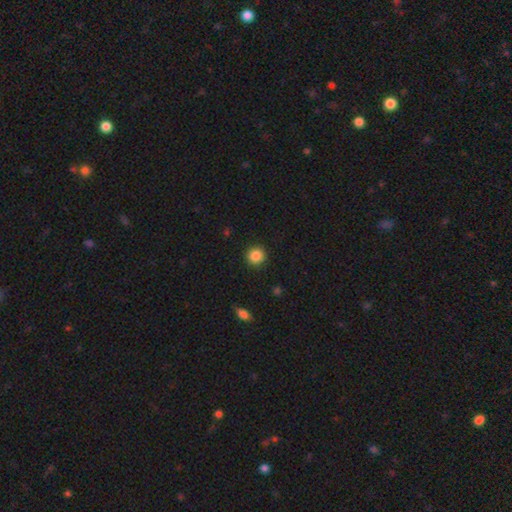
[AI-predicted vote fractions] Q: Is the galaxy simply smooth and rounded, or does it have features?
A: smooth — 87%.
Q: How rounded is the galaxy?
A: round — 92%.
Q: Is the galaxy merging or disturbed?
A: none — 91%.